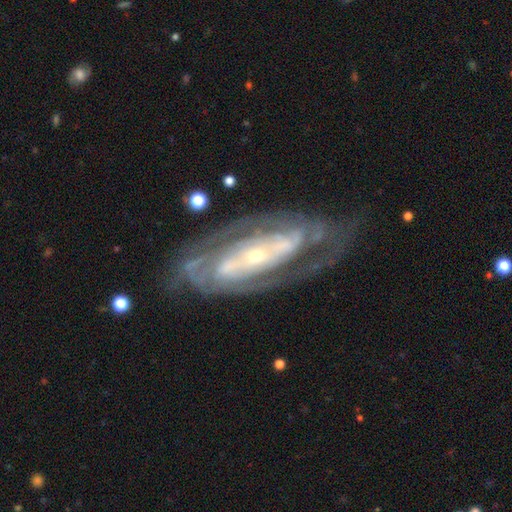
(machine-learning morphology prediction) Smooth or featured?
  - featured or disk: 88% *
  - smooth: 8%
  - star or artifact: 5%
Edge-on disk?
  - no: 91% *
  - yes: 9%
Bar?
  - no: 45% *
  - strong: 33%
  - weak: 22%
Spiral arms?
  - yes: 89% *
  - no: 11%
Spiral winding?
  - tight: 60% *
  - medium: 31%
  - loose: 9%
Spiral arm count?
  - 2: 53% *
  - can't tell: 25%
  - 3: 10%
  - 4: 5%
  - 1: 4%
  - more than 4: 4%
Bulge size?
  - small: 73% *
  - moderate: 22%
  - large: 3%
  - none: 1%
  - dominant: 1%
Merging?
  - none: 71% *
  - minor disturbance: 16%
  - major disturbance: 11%
  - merger: 2%